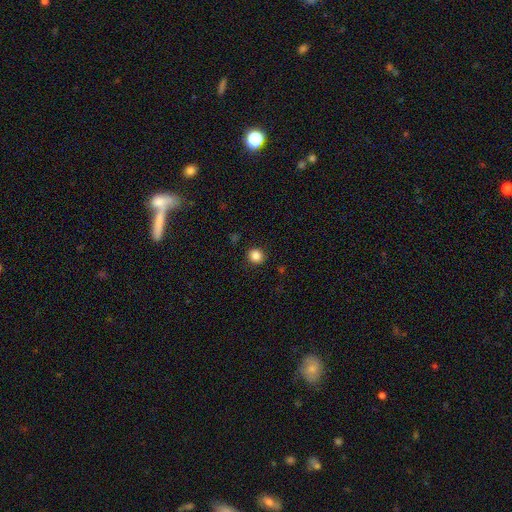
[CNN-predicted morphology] A smooth galaxy with no disk features (86%) that is round (83%).

Vote fractions:
- Smooth or featured? smooth: 86% / star or artifact: 10% / featured or disk: 3%
- How rounded? round: 83% / in between: 16% / cigar-shaped: 1%
- Merging? none: 90% / minor disturbance: 7% / major disturbance: 2% / merger: 1%